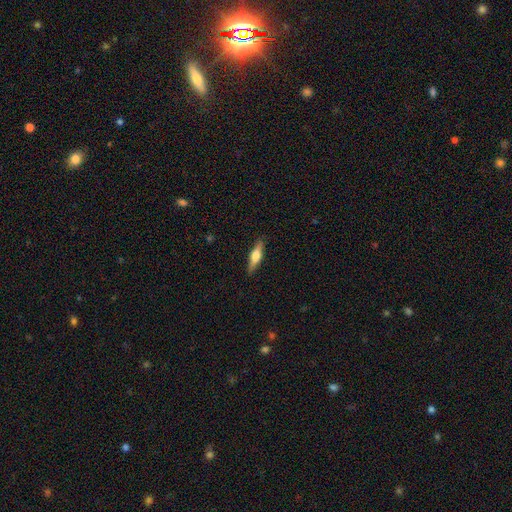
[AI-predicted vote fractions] featured or disk 48%, smooth 46%, star or artifact 6%. Down the decision tree: merging — none (89%).